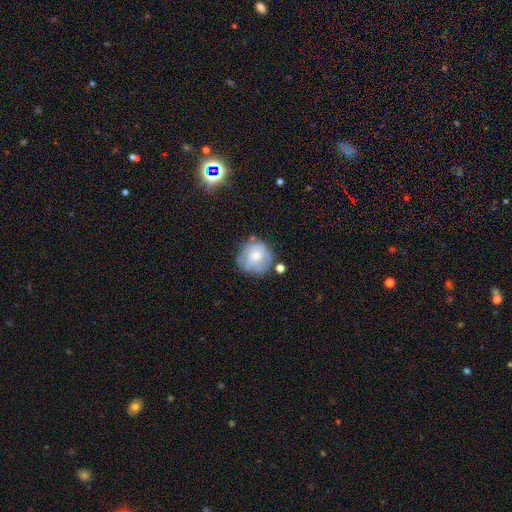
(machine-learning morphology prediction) Smooth or featured? Predicted: smooth (p=0.47). Merging? Predicted: none (p=0.61).